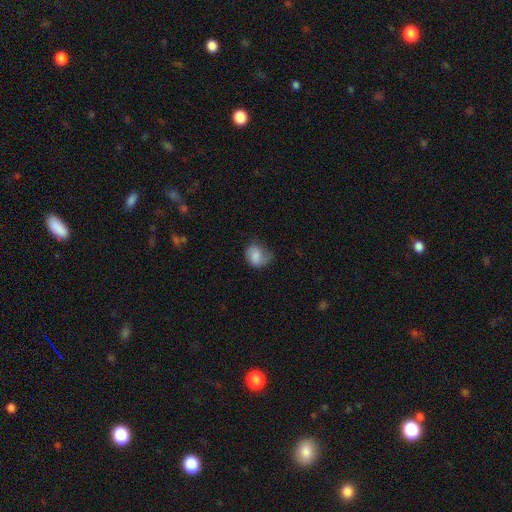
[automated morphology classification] Smooth or featured? Predicted: smooth (p=0.74). How rounded? Predicted: round (p=0.50). Merging? Predicted: none (p=0.41).